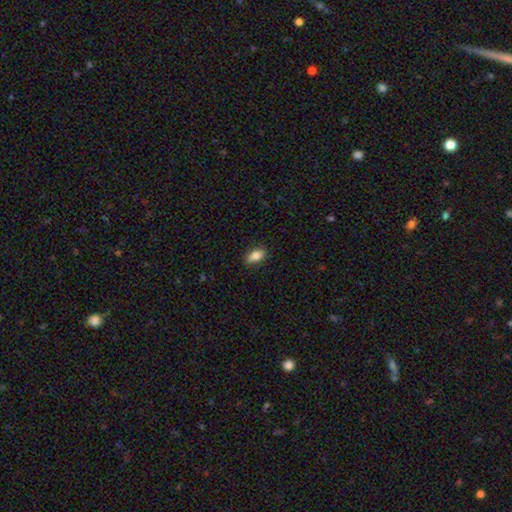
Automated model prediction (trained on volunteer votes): Morphology: type=smooth (86%); roundness=in between (89%); merging=none (87%).